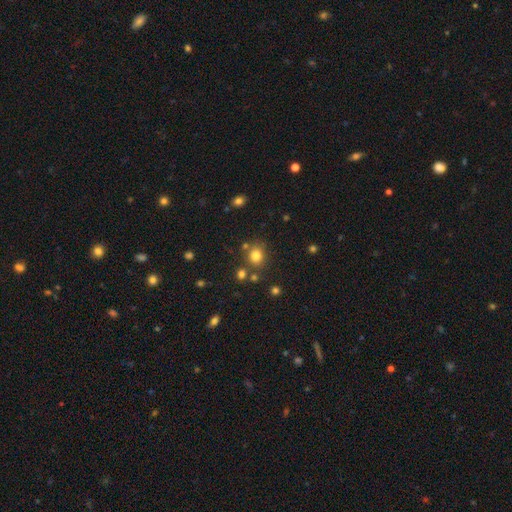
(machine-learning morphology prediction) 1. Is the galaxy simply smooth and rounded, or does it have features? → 80% smooth, 14% star or artifact, 6% featured or disk.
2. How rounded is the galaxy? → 74% round, 26% in between, 1% cigar-shaped.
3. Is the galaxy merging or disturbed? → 76% none, 11% minor disturbance, 10% merger, 4% major disturbance.